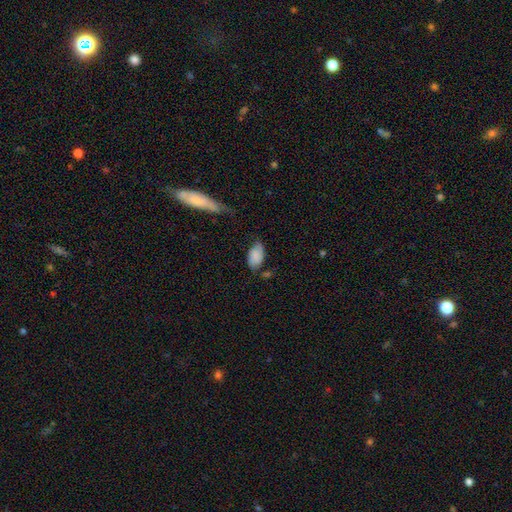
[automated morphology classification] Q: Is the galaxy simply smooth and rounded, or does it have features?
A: smooth — 79%.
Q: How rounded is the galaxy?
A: in between — 94%.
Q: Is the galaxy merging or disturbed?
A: none — 55%.